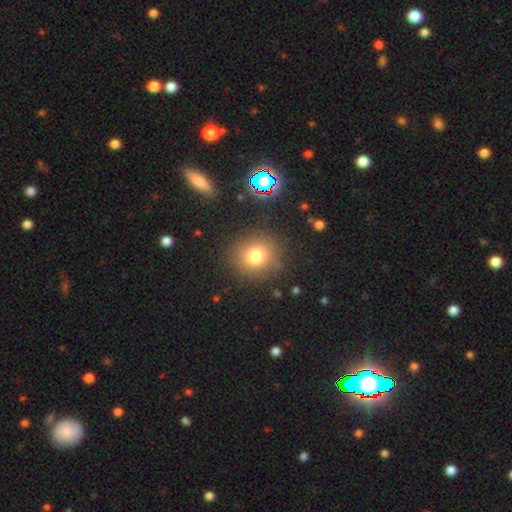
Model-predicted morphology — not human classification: type=smooth (74%); roundness=round (87%); merging=none (86%).